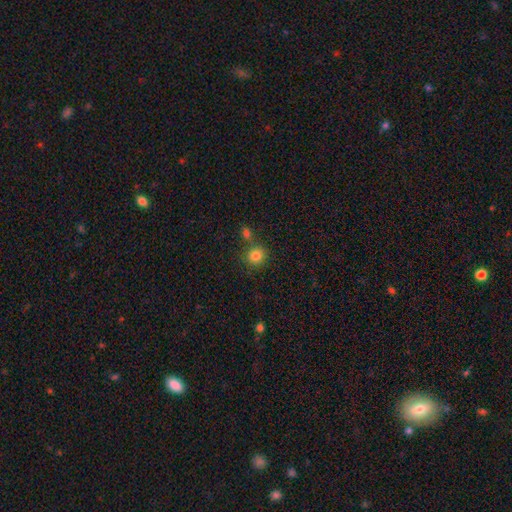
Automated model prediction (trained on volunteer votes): The model was most divided on "merging": none: 75%, merger: 13%, minor disturbance: 9%, major disturbance: 3%. More confident: how rounded — round (86%); smooth or featured — smooth (83%).